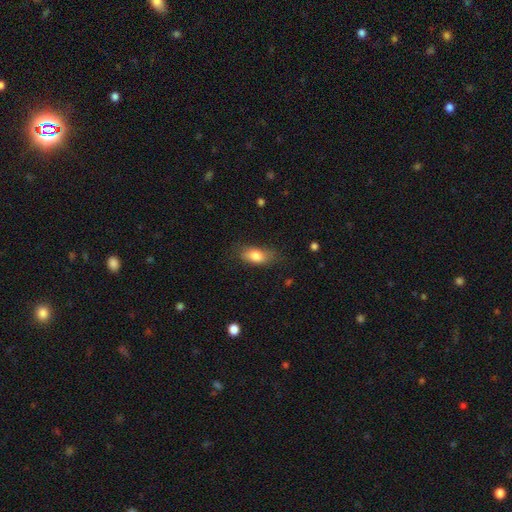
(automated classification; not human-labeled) Smooth or featured? smooth (80%)
How rounded? in between (85%)
Merging? none (70%)